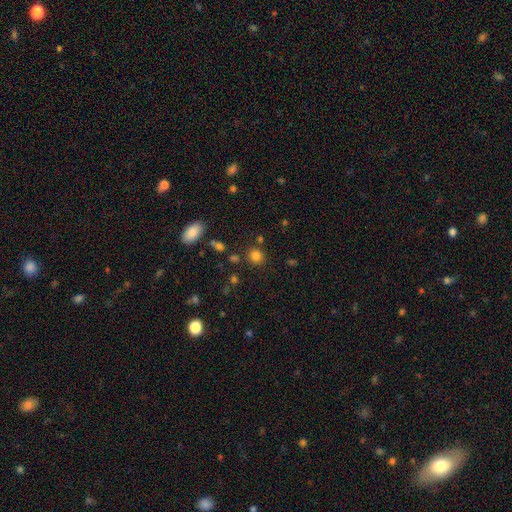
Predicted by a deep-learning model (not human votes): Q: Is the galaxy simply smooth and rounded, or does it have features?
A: smooth — 80%.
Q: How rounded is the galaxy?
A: round — 82%.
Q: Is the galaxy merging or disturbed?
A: none — 82%.